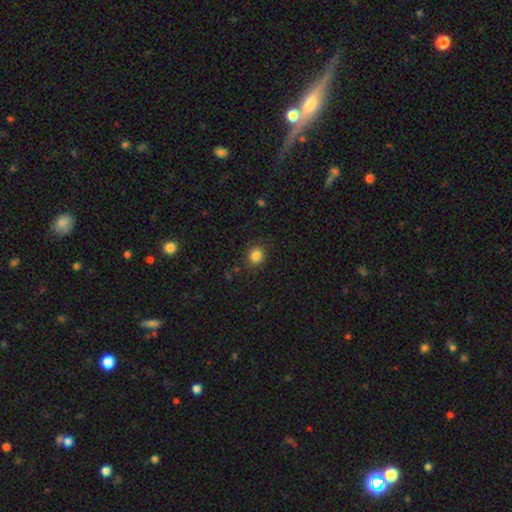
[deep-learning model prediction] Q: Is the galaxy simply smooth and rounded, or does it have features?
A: smooth — 85%.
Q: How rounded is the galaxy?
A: round — 77%.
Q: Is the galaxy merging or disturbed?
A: none — 86%.